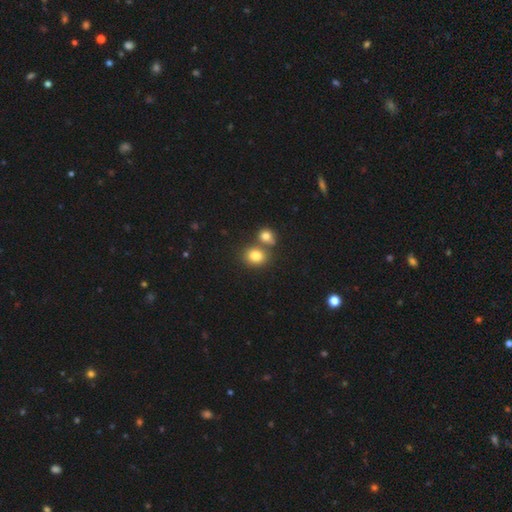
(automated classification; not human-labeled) This is clearly a smooth galaxy (81%). How rounded: likely round (65%). Merging: possibly none (53%).